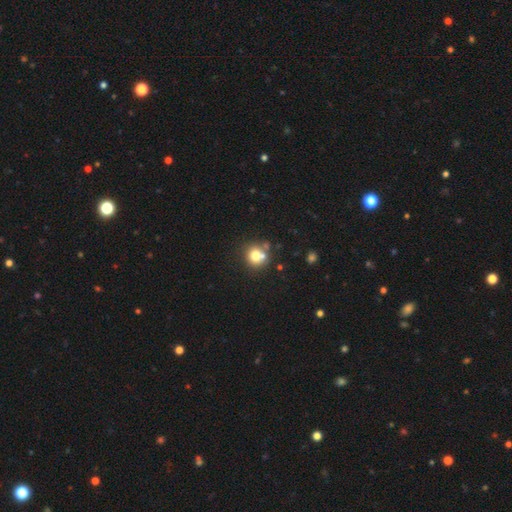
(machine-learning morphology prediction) A smooth galaxy with no disk features (75%) that is round (87%). Merging: none (61%).